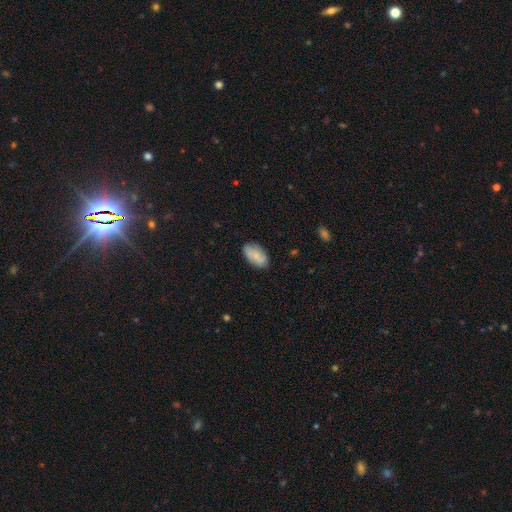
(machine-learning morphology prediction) Overall: smooth (73%). How rounded: in between (93%). Merging: none (78%).